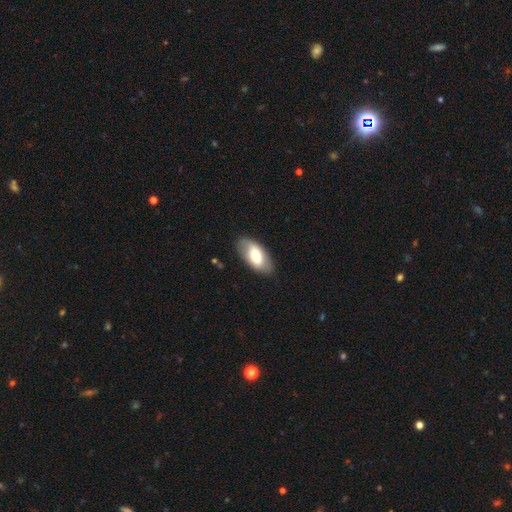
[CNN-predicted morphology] The model was most divided on "smooth or featured": smooth: 65%, featured or disk: 29%, star or artifact: 6%. More confident: how rounded — in between (93%); merging — none (80%).